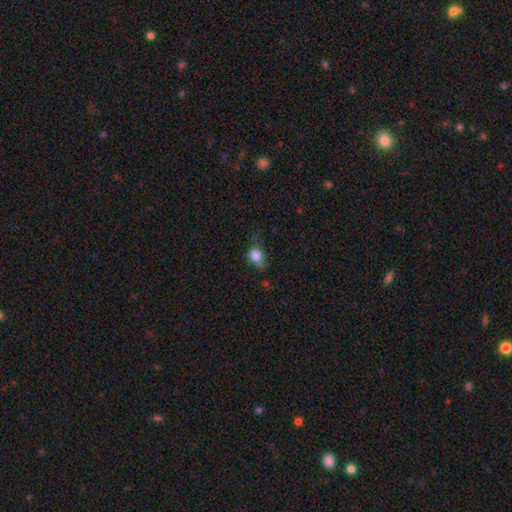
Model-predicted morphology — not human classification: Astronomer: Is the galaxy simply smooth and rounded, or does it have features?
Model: smooth — 77%.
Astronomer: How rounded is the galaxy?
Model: round — 52% (runner-up: in between, 45%).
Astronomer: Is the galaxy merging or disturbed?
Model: none — 42% (runner-up: minor disturbance, 36%).